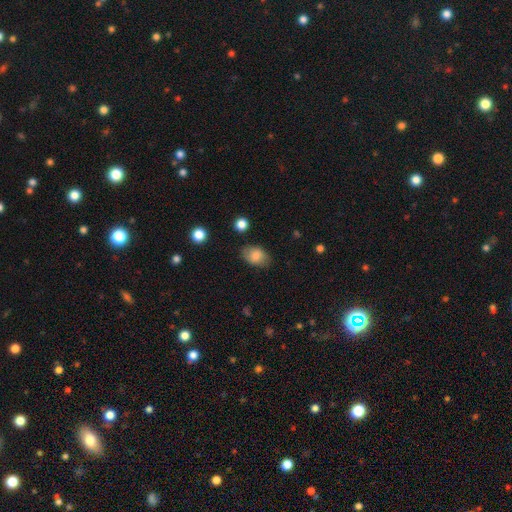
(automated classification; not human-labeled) A smooth galaxy with no disk features (79%) that is in between round and cigar-shaped (84%). Merging: none (78%).